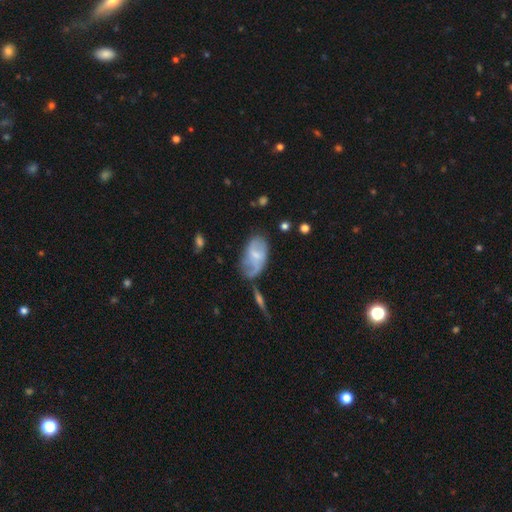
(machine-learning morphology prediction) Smooth or featured?
  - featured or disk: 49% *
  - smooth: 43%
  - star or artifact: 8%
Merging?
  - none: 45% *
  - minor disturbance: 31%
  - major disturbance: 17%
  - merger: 7%